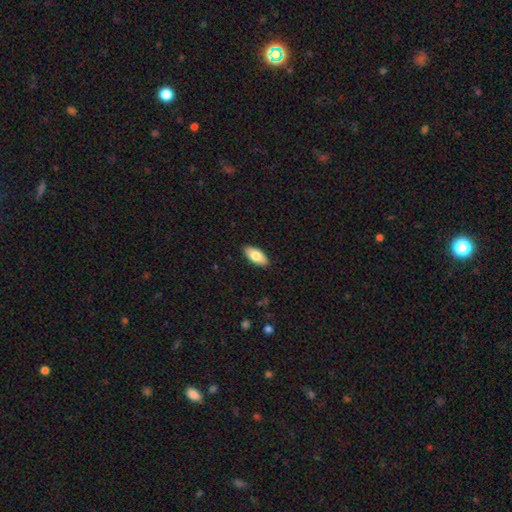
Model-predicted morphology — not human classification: smooth_or_featured: smooth (p=0.79) [alt: featured or disk p=0.15]
how_rounded: in between (p=0.90) [alt: cigar-shaped p=0.08]
merging: none (p=0.89) [alt: minor disturbance p=0.08]